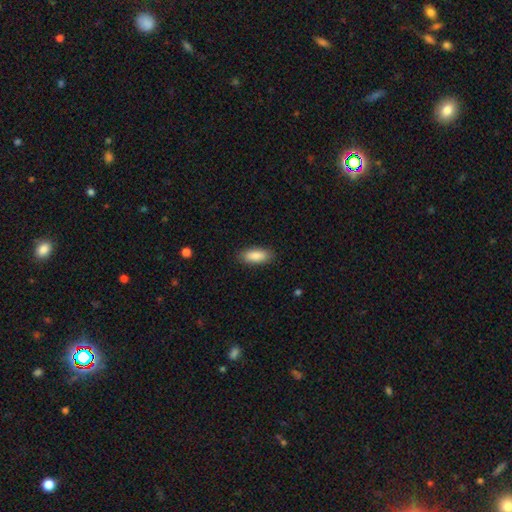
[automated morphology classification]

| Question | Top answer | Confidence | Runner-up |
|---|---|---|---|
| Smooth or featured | smooth | 88% | star or artifact (6%) |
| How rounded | in between | 79% | cigar-shaped (19%) |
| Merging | none | 88% | minor disturbance (9%) |